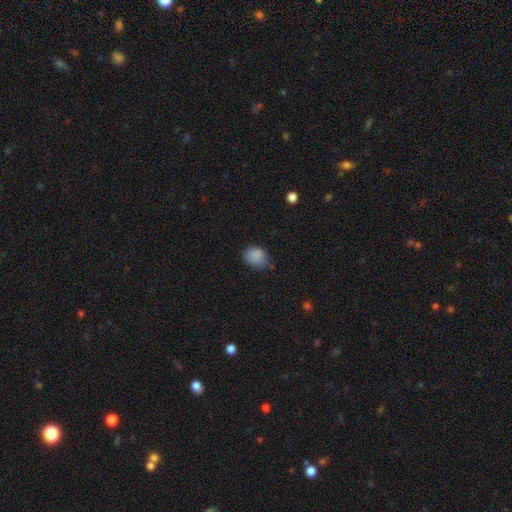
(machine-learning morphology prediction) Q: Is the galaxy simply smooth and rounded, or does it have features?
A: smooth — 86%.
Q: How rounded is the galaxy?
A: round — 53%.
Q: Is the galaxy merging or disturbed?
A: none — 65%.